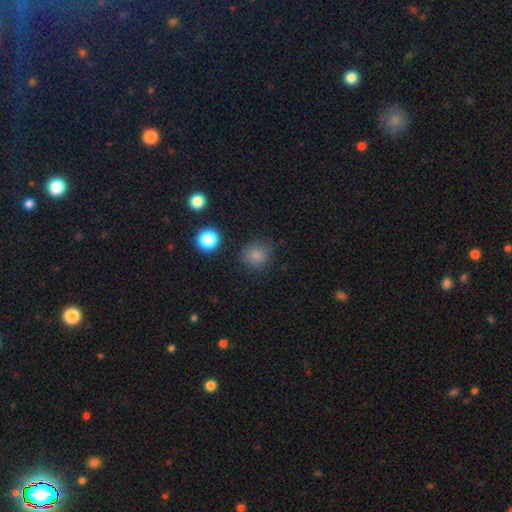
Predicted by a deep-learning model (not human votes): Smooth or featured: smooth — 80% (star or artifact — 15%)
How rounded: round — 83% (in between — 16%)
Merging: none — 83% (minor disturbance — 12%)